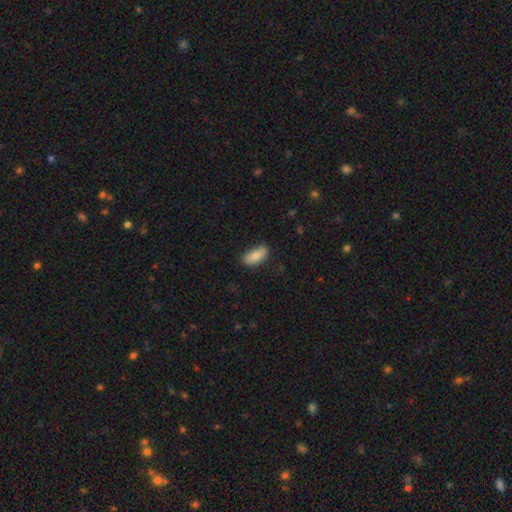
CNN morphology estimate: Q: Smooth or featured?
A: smooth (83%); runner-up: featured or disk (11%)
Q: How rounded?
A: in between (86%); runner-up: cigar-shaped (12%)
Q: Merging?
A: none (79%); runner-up: minor disturbance (17%)